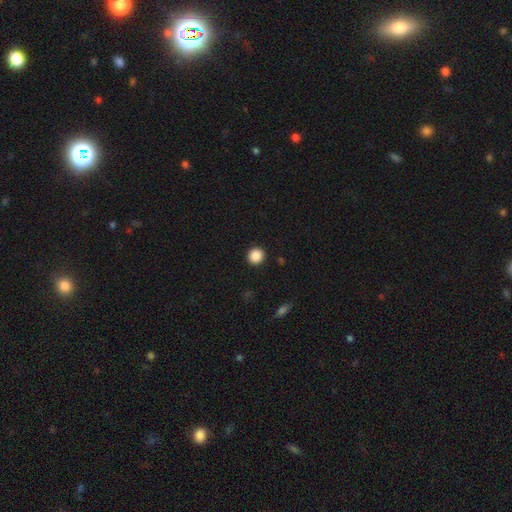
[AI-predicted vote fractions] A smooth galaxy with no disk features (88%) that is round (92%).

Vote fractions:
- Smooth or featured? smooth: 88% / star or artifact: 9% / featured or disk: 2%
- How rounded? round: 92% / in between: 7% / cigar-shaped: 1%
- Merging? none: 93% / minor disturbance: 5% / major disturbance: 2% / merger: 1%